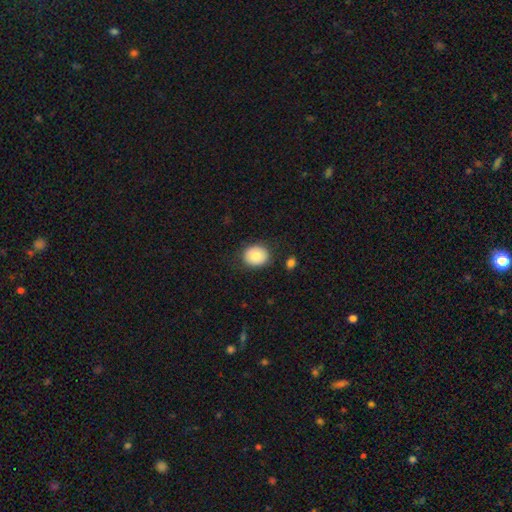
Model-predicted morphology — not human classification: type=smooth (80%); roundness=round (72%); merging=none (85%).